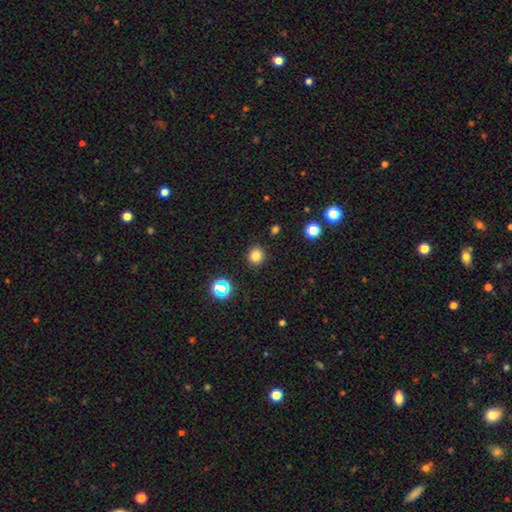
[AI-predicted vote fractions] Smooth or featured?
  - smooth: 80% *
  - star or artifact: 16%
  - featured or disk: 5%
How rounded?
  - round: 85% *
  - in between: 14%
  - cigar-shaped: 1%
Merging?
  - none: 90% *
  - minor disturbance: 6%
  - major disturbance: 2%
  - merger: 2%